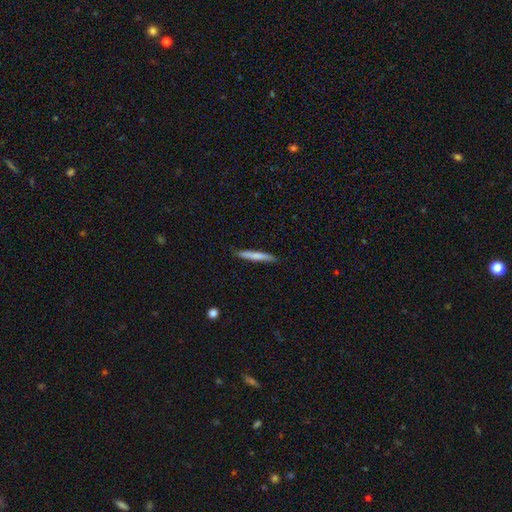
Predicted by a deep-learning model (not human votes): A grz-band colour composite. It shows a smooth galaxy with no disk features (73%) that is cigar-shaped (95%). Merging: none (88%).